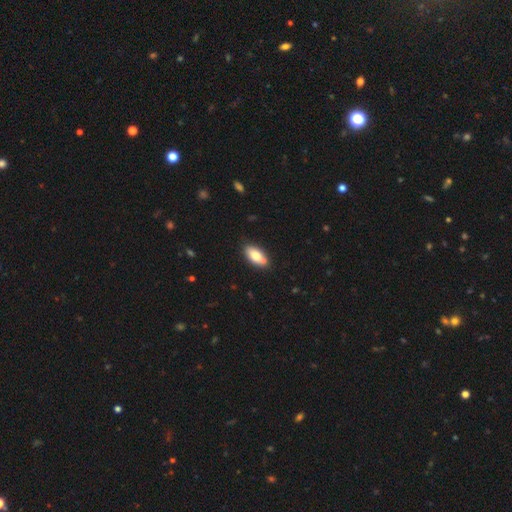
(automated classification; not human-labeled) smooth 75%, featured or disk 18%, star or artifact 7%. Down the decision tree: how rounded — in between (90%); merging — none (72%).